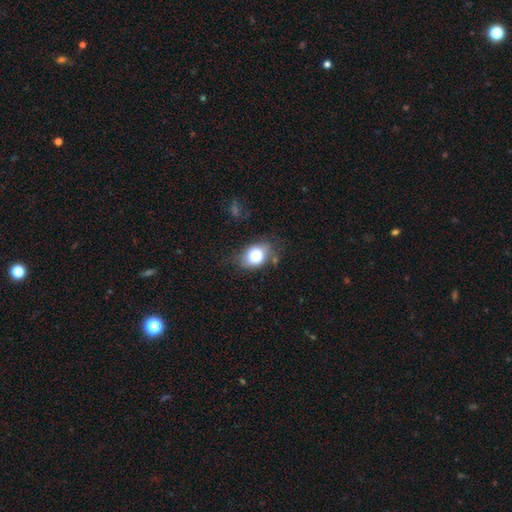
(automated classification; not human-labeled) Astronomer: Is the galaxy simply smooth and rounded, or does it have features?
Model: smooth — 82%.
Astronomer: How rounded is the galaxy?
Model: in between — 61% (runner-up: round, 37%).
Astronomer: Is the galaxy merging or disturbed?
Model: none — 61%.